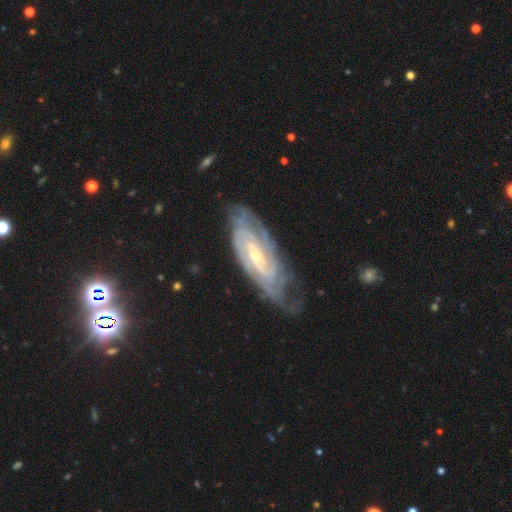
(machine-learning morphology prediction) Smooth or featured? Predicted: featured or disk (p=0.89). Edge-on disk? Predicted: no (p=0.93). Bar? Predicted: weak (p=0.39). Spiral arms? Predicted: yes (p=0.98). Spiral winding? Predicted: tight (p=0.74). Spiral arm count? Predicted: 2 (p=0.31). Bulge size? Predicted: small (p=0.72). Merging? Predicted: none (p=0.69).